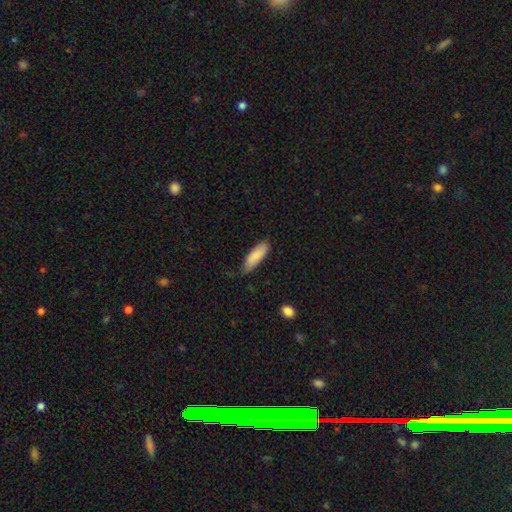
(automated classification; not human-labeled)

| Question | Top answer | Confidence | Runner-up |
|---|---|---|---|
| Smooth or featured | smooth | 86% | featured or disk (9%) |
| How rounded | in between | 58% | cigar-shaped (41%) |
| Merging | none | 69% | minor disturbance (26%) |